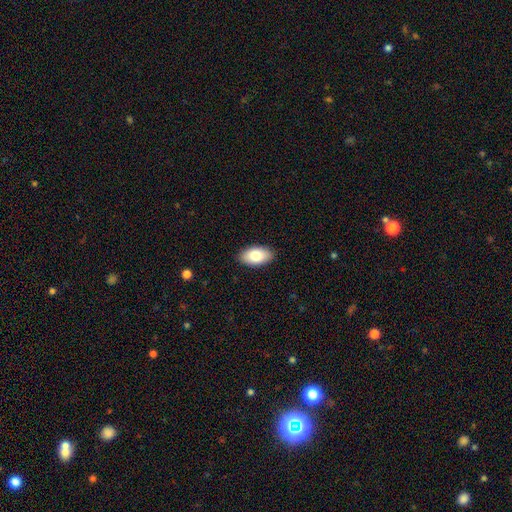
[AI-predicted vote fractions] Overall: smooth (82%). How rounded: in between (95%). Merging: none (89%).